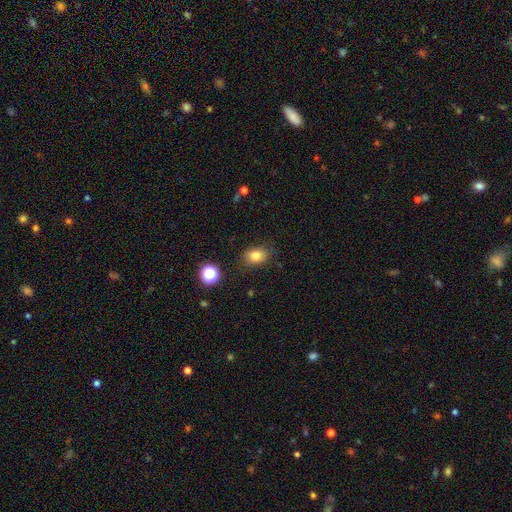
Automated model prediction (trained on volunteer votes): Overall: smooth (81%). How rounded: in between (67%; round 32%). Merging: none (81%).